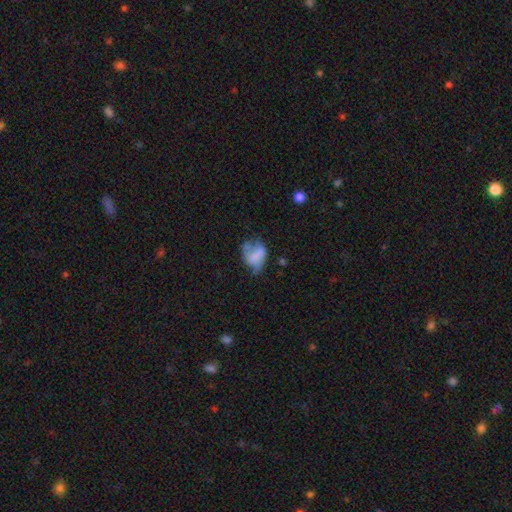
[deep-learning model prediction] A smooth galaxy with no disk features (57%) that is in between round and cigar-shaped (74%).

Vote fractions:
- Smooth or featured? smooth: 57% / featured or disk: 32% / star or artifact: 11%
- How rounded? in between: 74% / round: 24% / cigar-shaped: 2%
- Merging? major disturbance: 32% / minor disturbance: 30% / none: 28% / merger: 10%